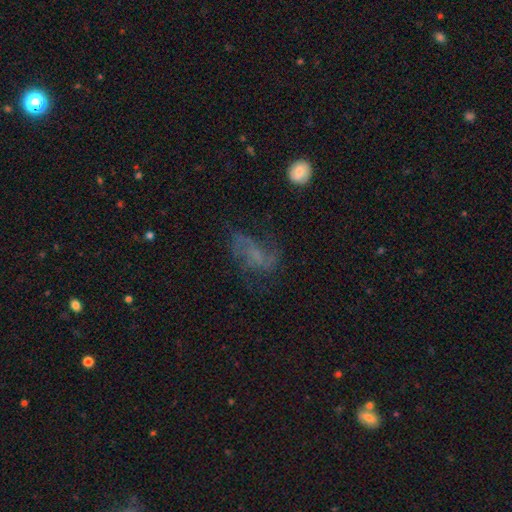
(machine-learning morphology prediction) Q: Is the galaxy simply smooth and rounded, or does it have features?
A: featured or disk — 53%.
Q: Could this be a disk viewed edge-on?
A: no — 96%.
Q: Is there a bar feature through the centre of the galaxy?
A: no — 64%.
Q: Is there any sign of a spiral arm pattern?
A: yes — 67%.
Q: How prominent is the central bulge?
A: none — 54%.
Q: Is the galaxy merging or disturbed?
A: none — 48%.